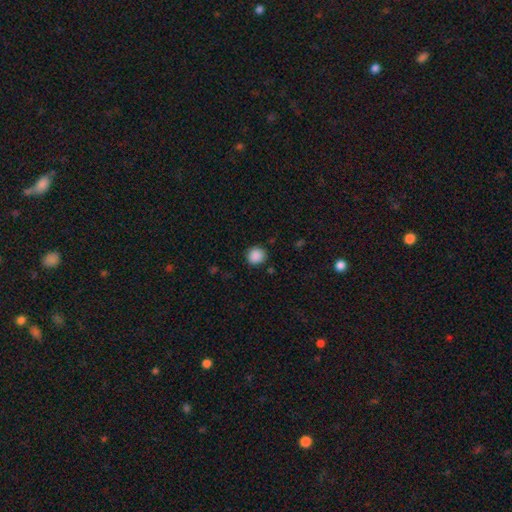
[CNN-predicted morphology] This is clearly a smooth galaxy (88%). How rounded: clearly round (88%). Merging: clearly none (86%).